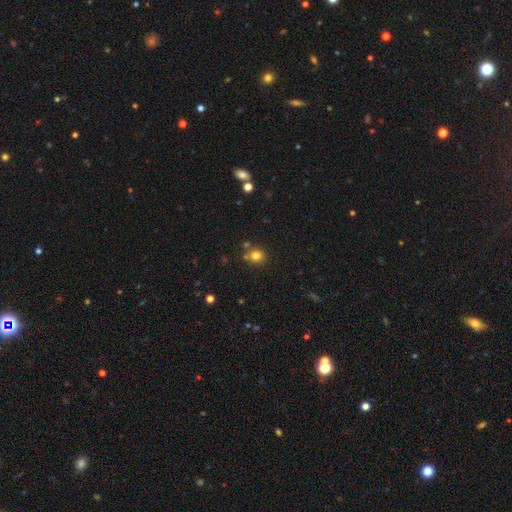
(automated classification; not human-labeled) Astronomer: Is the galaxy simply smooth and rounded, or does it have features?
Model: smooth — 78%.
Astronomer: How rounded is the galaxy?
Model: round — 87%.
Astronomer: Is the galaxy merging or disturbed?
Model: none — 78%.